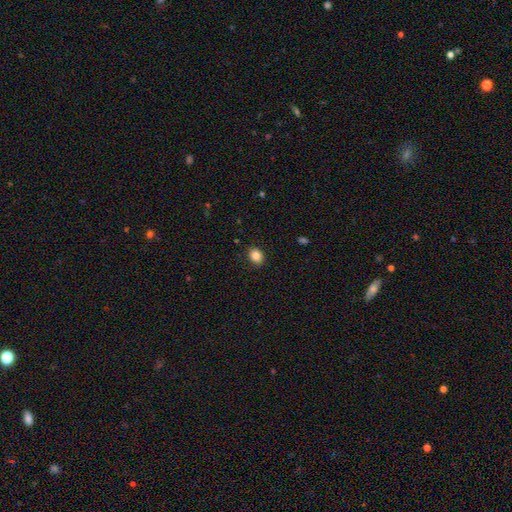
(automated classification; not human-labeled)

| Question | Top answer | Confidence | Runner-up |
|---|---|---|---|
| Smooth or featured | smooth | 84% | star or artifact (10%) |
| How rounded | round | 51% | in between (48%) |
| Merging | none | 88% | minor disturbance (9%) |